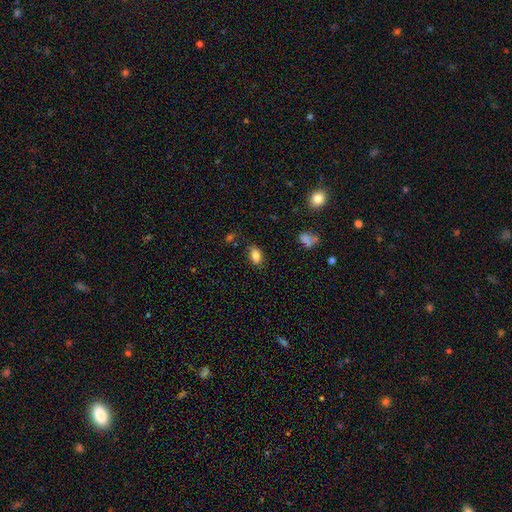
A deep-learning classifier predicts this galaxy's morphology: A smooth galaxy with no disk features (84%) that is in between round and cigar-shaped (89%).

Vote fractions:
- Smooth or featured? smooth: 84% / star or artifact: 9% / featured or disk: 8%
- How rounded? in between: 89% / round: 9% / cigar-shaped: 2%
- Merging? none: 80% / minor disturbance: 14% / major disturbance: 3% / merger: 2%